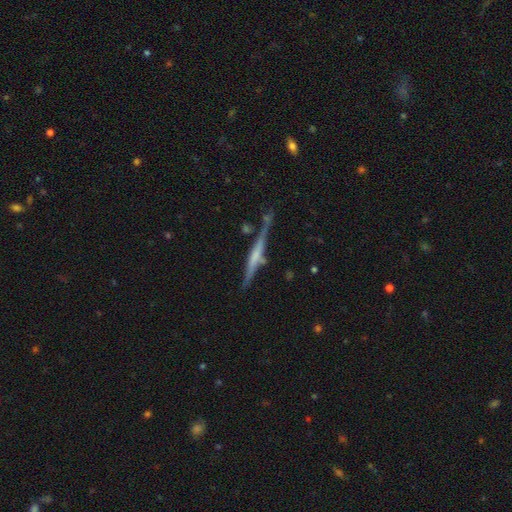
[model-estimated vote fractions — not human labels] A featured or disk galaxy (68%) viewed edge-on (96%) with a rounded central bulge (39%). Merging: none (72%).